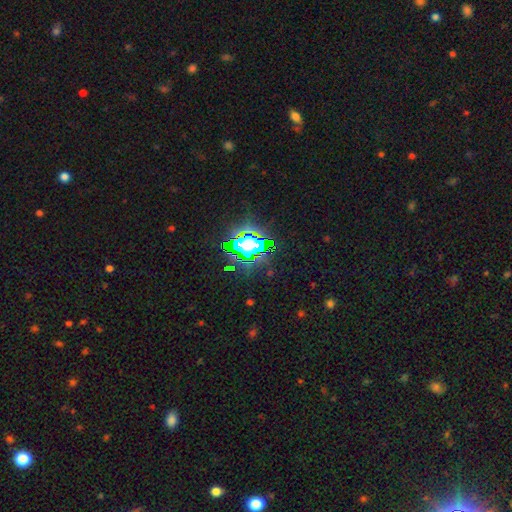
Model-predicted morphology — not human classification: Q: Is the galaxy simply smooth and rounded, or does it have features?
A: star or artifact — 84%.